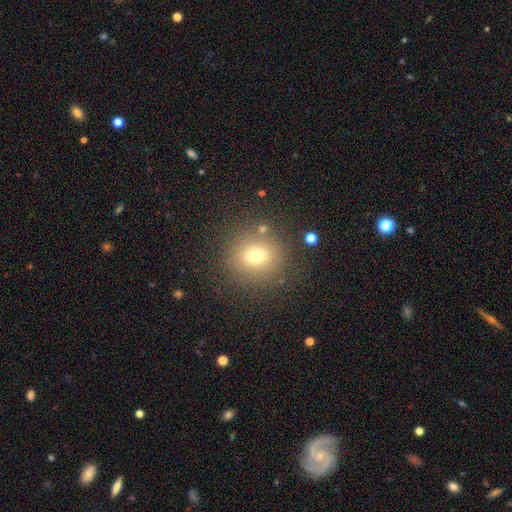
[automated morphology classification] smooth_or_featured: smooth (p=0.71) [alt: star or artifact p=0.18]
how_rounded: round (p=0.89) [alt: in between p=0.10]
merging: none (p=0.83) [alt: minor disturbance p=0.09]